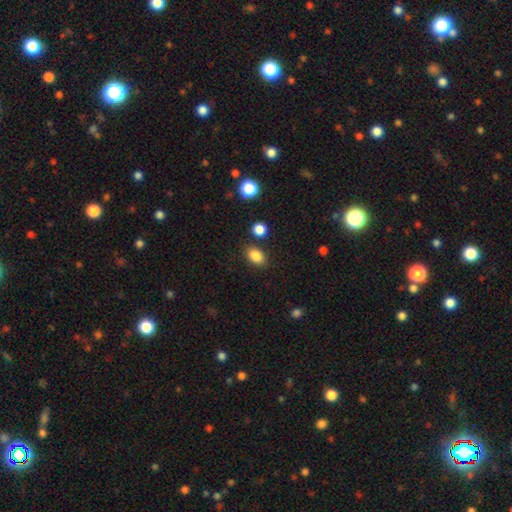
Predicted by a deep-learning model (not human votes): Q: Smooth or featured?
A: smooth (85%); runner-up: star or artifact (10%)
Q: How rounded?
A: in between (76%); runner-up: round (23%)
Q: Merging?
A: none (82%); runner-up: minor disturbance (10%)